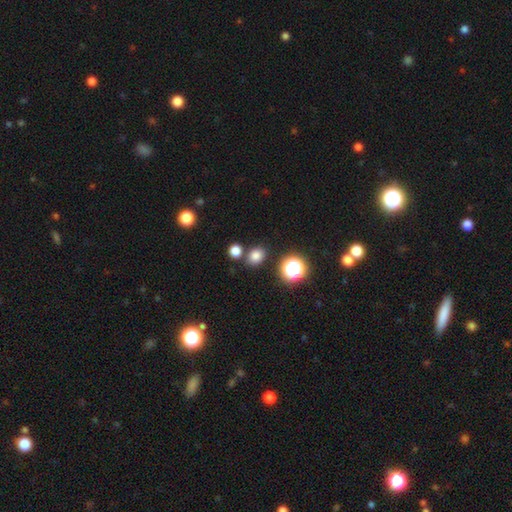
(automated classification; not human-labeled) smooth_or_featured: smooth (p=0.79) [alt: star or artifact p=0.16]
how_rounded: round (p=0.58) [alt: in between p=0.41]
merging: none (p=0.77) [alt: merger p=0.10]